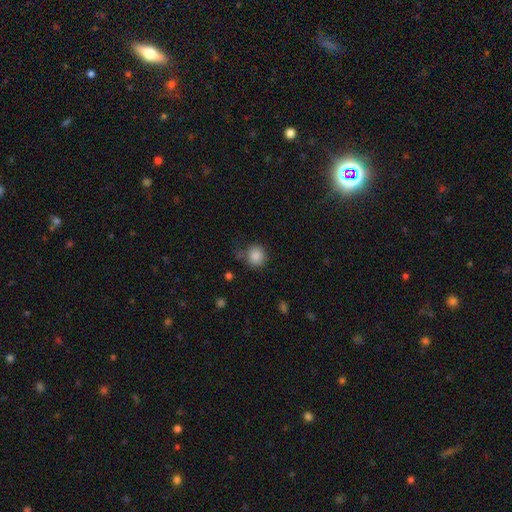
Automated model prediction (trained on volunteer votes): Smooth or featured? smooth (86%)
How rounded? round (86%)
Merging? none (73%)